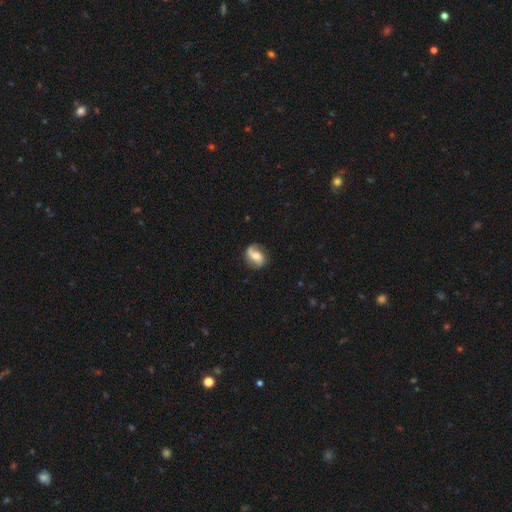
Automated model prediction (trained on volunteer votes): A featured or disk galaxy (61%) with no bar (50%), 2 (70%) loose (52%) spiral arms (88%) and a moderate central bulge (64%).

Vote fractions:
- Smooth or featured? featured or disk: 61% / smooth: 31% / star or artifact: 8%
- Edge-on disk? no: 96% / yes: 4%
- Bar? no: 50% / weak: 34% / strong: 16%
- Spiral arms? yes: 88% / no: 12%
- Spiral winding? loose: 52% / medium: 32% / tight: 16%
- Spiral arm count? 2: 70% / 1: 22% / can't tell: 6% / 3: 1% / 4: 1% / more than 4: 1%
- Bulge size? moderate: 64% / small: 25% / large: 7% / none: 2% / dominant: 1%
- Merging? none: 69% / minor disturbance: 20% / major disturbance: 8% / merger: 2%